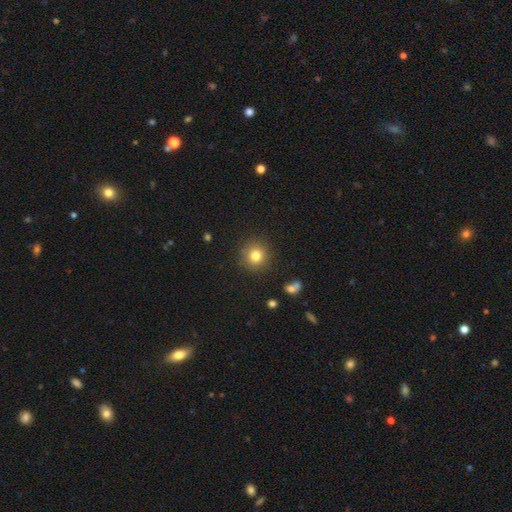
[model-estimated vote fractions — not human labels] A smooth galaxy with no disk features (81%) that is round (92%). Merging: none (88%).